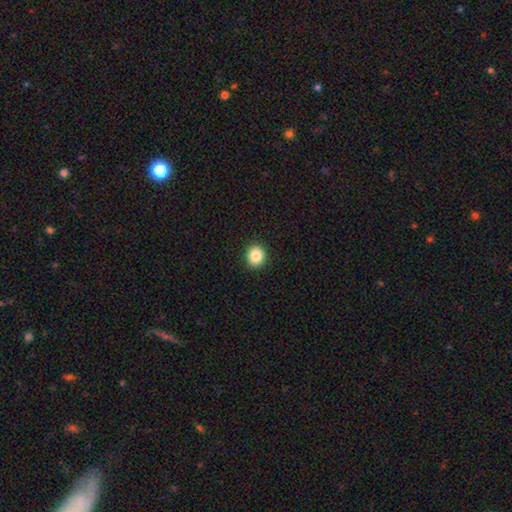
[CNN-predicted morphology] smooth_or_featured: smooth (p=0.85) [alt: star or artifact p=0.09]
how_rounded: round (p=0.82) [alt: in between p=0.17]
merging: none (p=0.92) [alt: minor disturbance p=0.05]